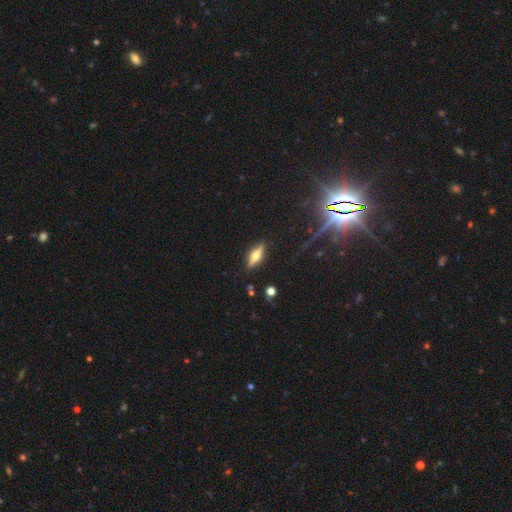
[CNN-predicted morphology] type=featured or disk (52%); edge-on=yes (92%); merging=none (87%).